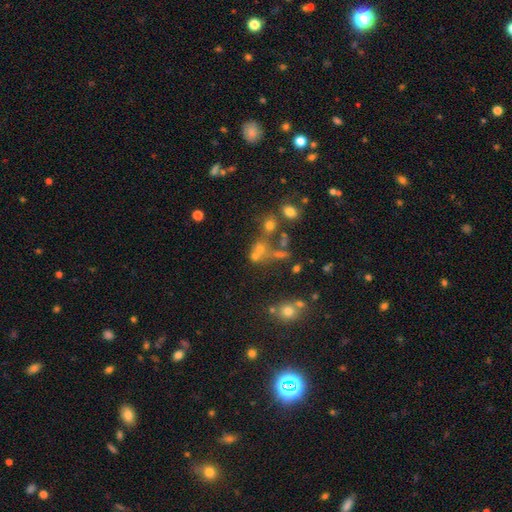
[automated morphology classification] This is possibly a star or artifact rather than a galaxy (48%).